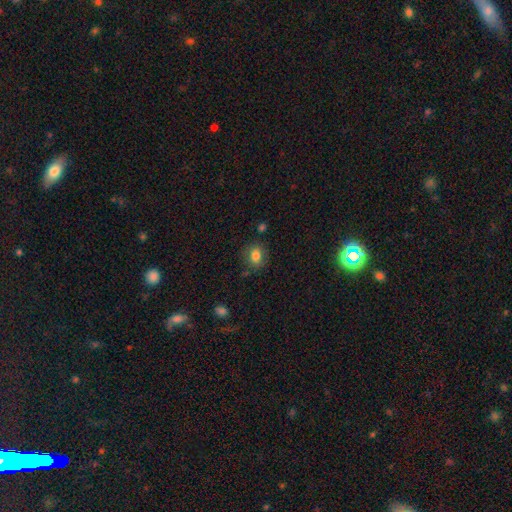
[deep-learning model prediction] The model was most divided on "how rounded": round: 53%, in between: 46%, cigar-shaped: 1%. More confident: smooth or featured — smooth (80%); merging — none (77%).